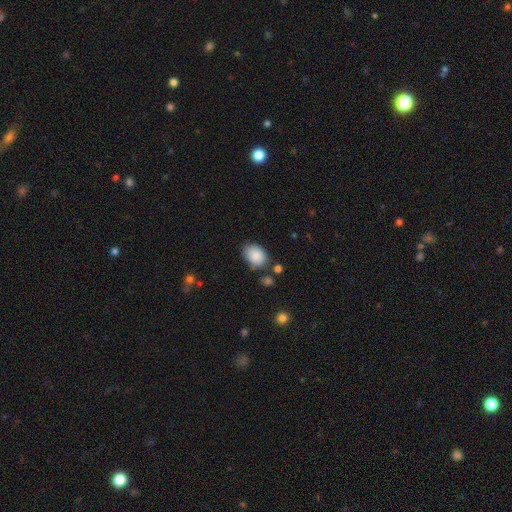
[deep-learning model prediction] Smooth or featured?
  - smooth: 85% *
  - featured or disk: 8%
  - star or artifact: 7%
How rounded?
  - in between: 76% *
  - round: 23%
  - cigar-shaped: 1%
Merging?
  - none: 69% *
  - minor disturbance: 21%
  - merger: 5%
  - major disturbance: 5%